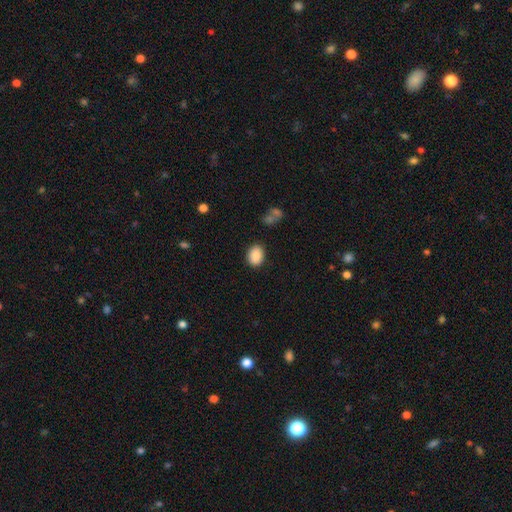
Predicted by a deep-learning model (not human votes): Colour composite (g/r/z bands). It shows a smooth galaxy with no disk features (88%) that is in between round and cigar-shaped (65%). Merging: none (85%).